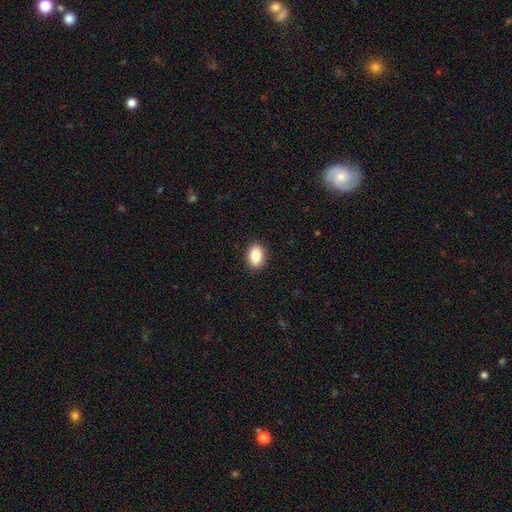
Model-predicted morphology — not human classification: type=smooth (87%); roundness=in between (83%); merging=none (91%).